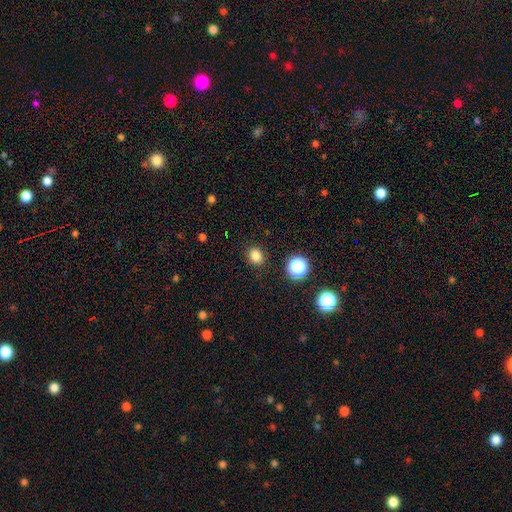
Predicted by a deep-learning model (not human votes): smooth_or_featured: smooth (p=0.82) [alt: star or artifact p=0.14]
how_rounded: round (p=0.64) [alt: in between p=0.35]
merging: none (p=0.88) [alt: minor disturbance p=0.08]